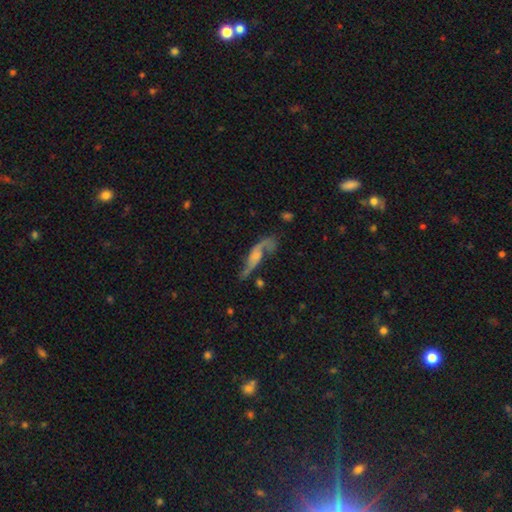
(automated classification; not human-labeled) Morphology: type=featured or disk (72%); edge-on=no (79%); bar=no (59%); spiral arms=yes (87%); winding=loose (80%); arm count=2 (83%); bulge=none (34%, tied with small); merging=none (46%).